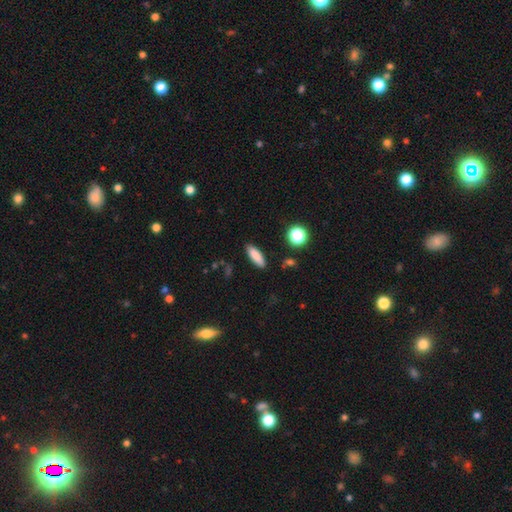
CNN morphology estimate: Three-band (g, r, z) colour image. It shows a smooth galaxy with no disk features (84%) that is in between round and cigar-shaped (51%). Merging: none (88%).